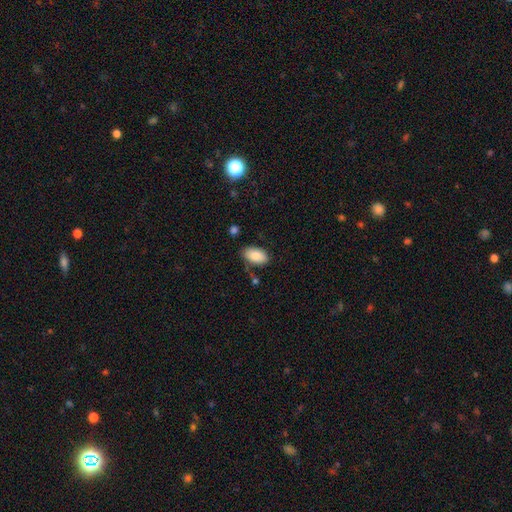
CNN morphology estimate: Smooth or featured?
  - smooth: 86% *
  - featured or disk: 7%
  - star or artifact: 7%
How rounded?
  - in between: 95% *
  - round: 3%
  - cigar-shaped: 2%
Merging?
  - none: 76% *
  - minor disturbance: 16%
  - merger: 4%
  - major disturbance: 4%